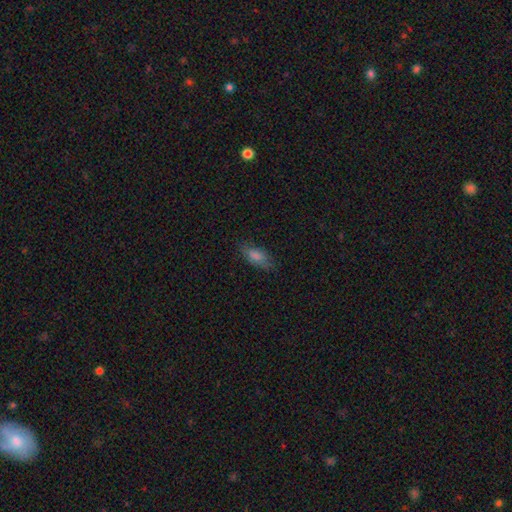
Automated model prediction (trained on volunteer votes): The model was most divided on "how rounded": in between: 73%, cigar-shaped: 24%, round: 3%. More confident: merging — none (78%); smooth or featured — smooth (74%).